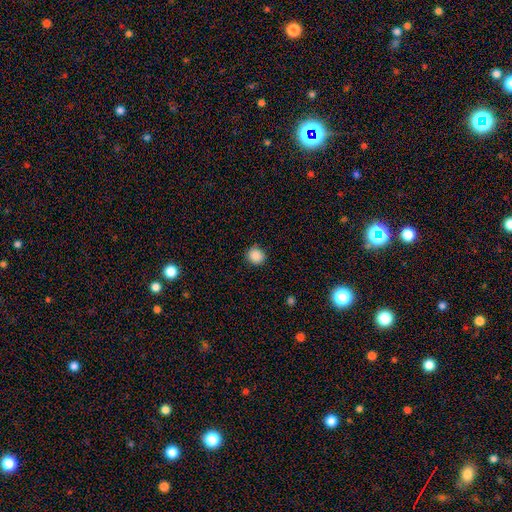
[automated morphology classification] A smooth galaxy with no disk features (88%) that is round (87%).

Vote fractions:
- Smooth or featured? smooth: 88% / star or artifact: 10% / featured or disk: 3%
- How rounded? round: 87% / in between: 12% / cigar-shaped: 1%
- Merging? none: 87% / minor disturbance: 10% / major disturbance: 2% / merger: 1%